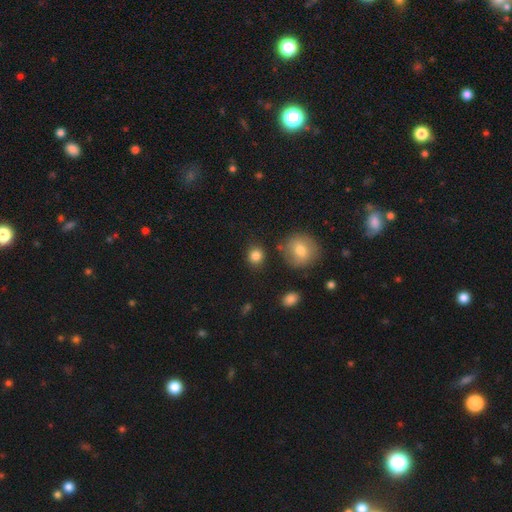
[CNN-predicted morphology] smooth_or_featured: smooth (p=0.84) [alt: star or artifact p=0.11]
how_rounded: round (p=0.79) [alt: in between p=0.20]
merging: none (p=0.82) [alt: minor disturbance p=0.10]